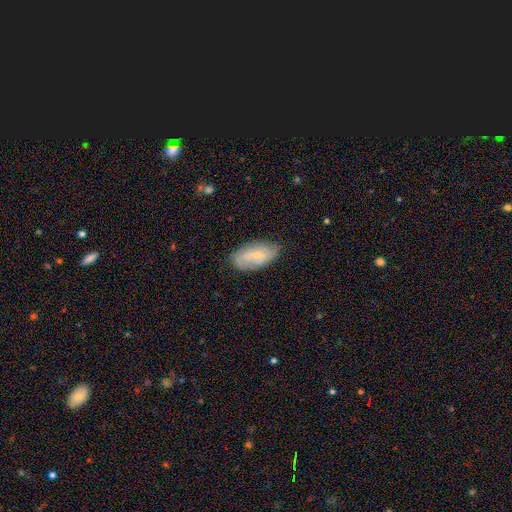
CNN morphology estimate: A featured or disk galaxy (48%). Merging: none (75%).